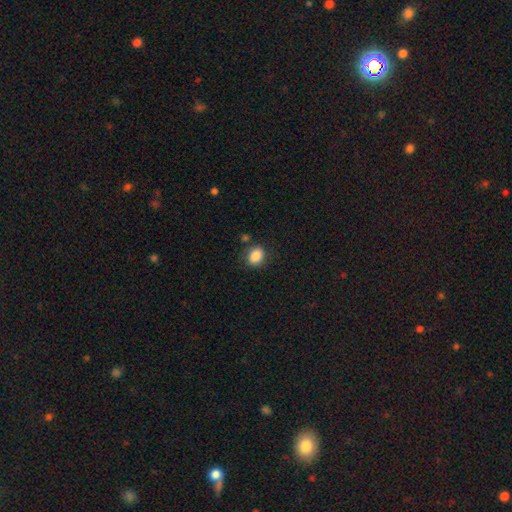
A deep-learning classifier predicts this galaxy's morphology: This appears to be a smooth galaxy with no disk features (87%) that is in between round and cigar-shaped (53%). Merging: none (81%).